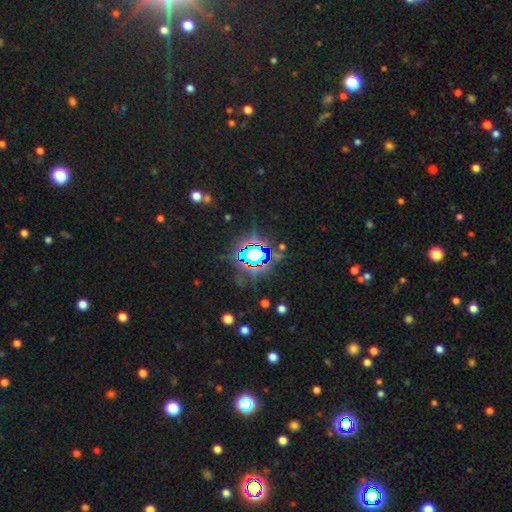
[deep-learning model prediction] Smooth or featured? star or artifact (71%)